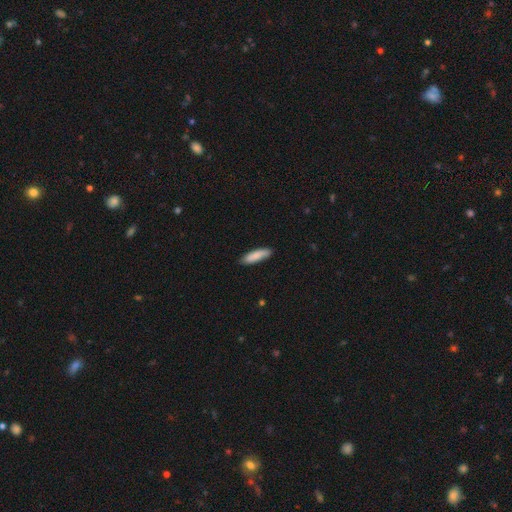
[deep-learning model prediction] A smooth galaxy with no disk features (85%) that is cigar-shaped (67%).

Vote fractions:
- Smooth or featured? smooth: 85% / featured or disk: 10% / star or artifact: 6%
- How rounded? cigar-shaped: 67% / in between: 31% / round: 1%
- Merging? none: 85% / minor disturbance: 12% / major disturbance: 2% / merger: 1%